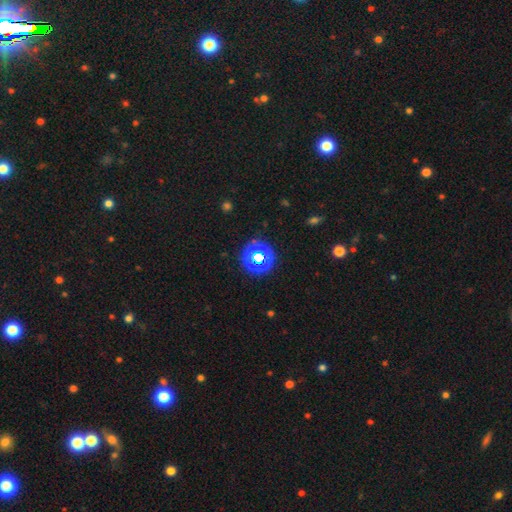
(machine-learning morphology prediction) Overall: star or artifact (63%; smooth 26%).